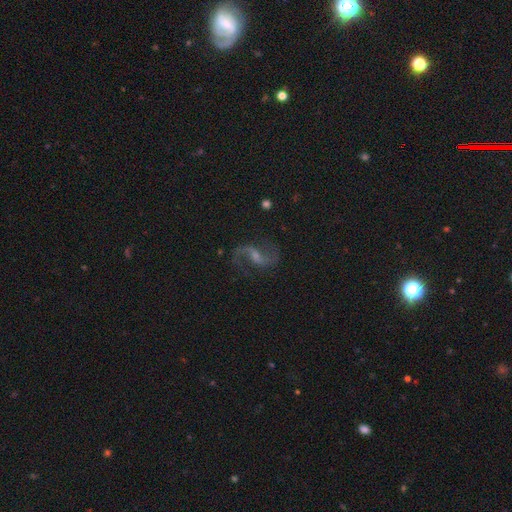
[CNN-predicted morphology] Smooth or featured?
  - featured or disk: 87% *
  - star or artifact: 8%
  - smooth: 5%
Edge-on disk?
  - no: 97% *
  - yes: 3%
Bar?
  - weak: 52% *
  - no: 25%
  - strong: 23%
Spiral arms?
  - yes: 97% *
  - no: 3%
Spiral winding?
  - loose: 63% *
  - medium: 32%
  - tight: 5%
Spiral arm count?
  - 2: 93% *
  - 1: 2%
  - can't tell: 2%
  - 3: 1%
  - 4: 1%
  - more than 4: 1%
Bulge size?
  - small: 47% *
  - moderate: 36%
  - none: 12%
  - large: 4%
  - dominant: 1%
Merging?
  - none: 77% *
  - minor disturbance: 13%
  - major disturbance: 8%
  - merger: 2%